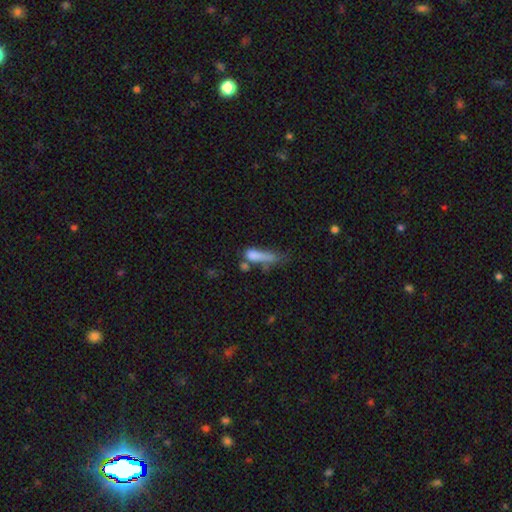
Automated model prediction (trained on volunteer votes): Smooth or featured? Predicted: smooth (p=0.68). How rounded? Predicted: cigar-shaped (p=0.61). Merging? Predicted: major disturbance (p=0.28).